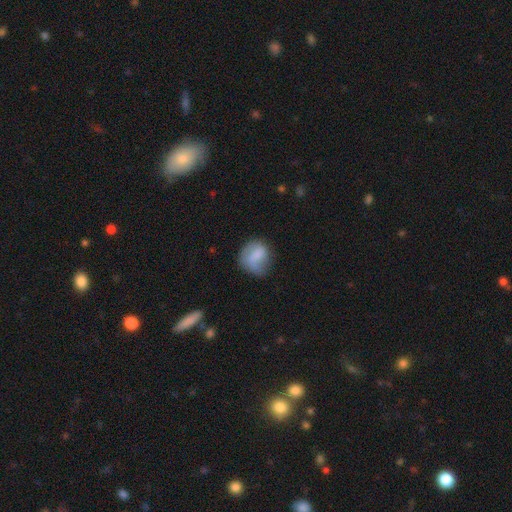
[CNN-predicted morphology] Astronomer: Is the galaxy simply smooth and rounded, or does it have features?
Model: smooth — 63%.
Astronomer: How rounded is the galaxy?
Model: round — 71%.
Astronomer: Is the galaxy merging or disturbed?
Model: none — 51% (runner-up: minor disturbance, 30%).